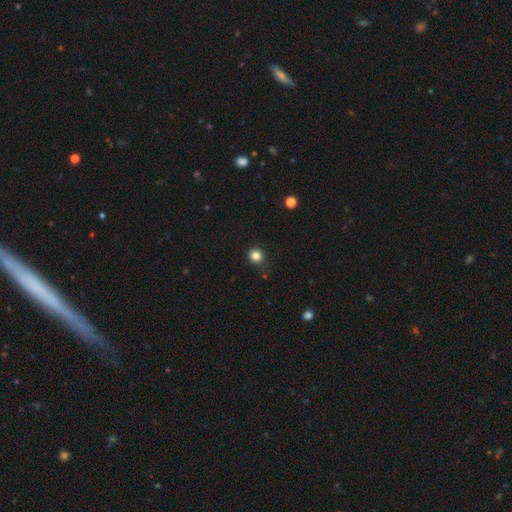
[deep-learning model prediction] Smooth or featured? smooth (83%)
How rounded? round (89%)
Merging? none (85%)